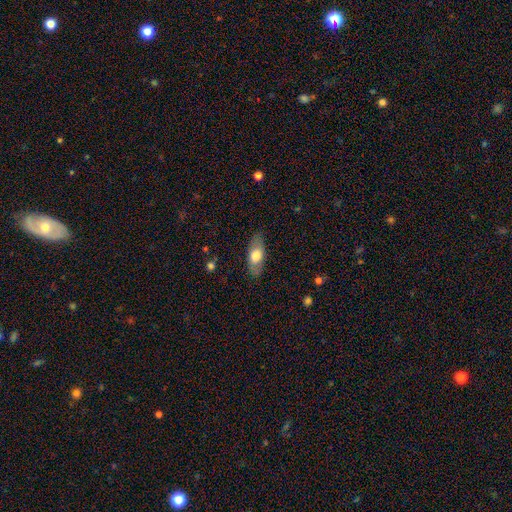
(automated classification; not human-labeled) This is likely a smooth galaxy (64%). How rounded: clearly in between (80%). Merging: clearly none (81%).